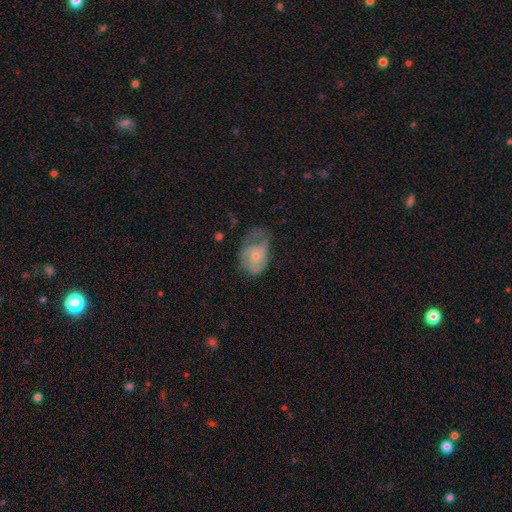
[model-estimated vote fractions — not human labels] Smooth or featured? Predicted: featured or disk (p=0.59). Edge-on disk? Predicted: no (p=0.97). Bar? Predicted: no (p=0.76). Spiral arms? Predicted: yes (p=0.77). Bulge size? Predicted: small (p=0.59). Merging? Predicted: major disturbance (p=0.34).